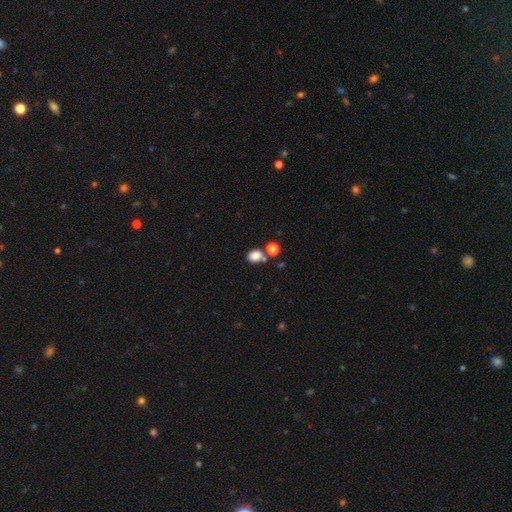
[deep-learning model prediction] Overall: smooth (83%). How rounded: in between (57%; round 42%). Merging: none (62%; merger 22%).